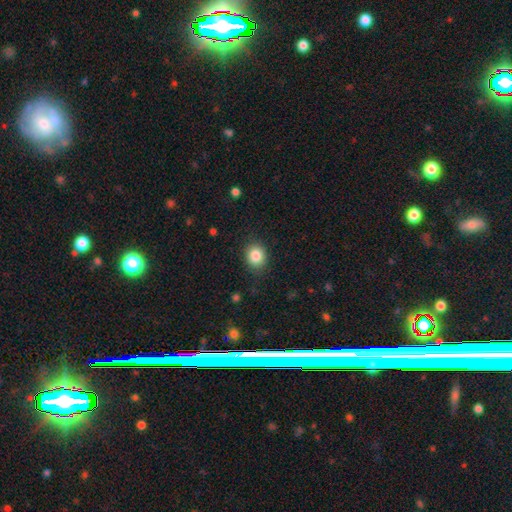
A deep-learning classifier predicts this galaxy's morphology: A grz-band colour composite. It shows a smooth galaxy with no disk features (85%) that is round (71%). Merging: none (85%).